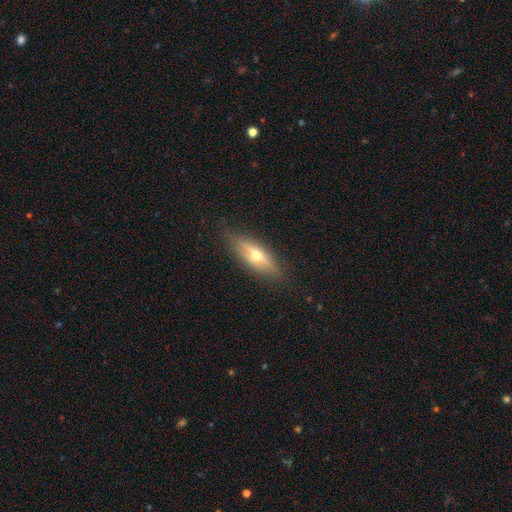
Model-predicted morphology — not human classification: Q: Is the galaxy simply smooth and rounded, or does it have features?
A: featured or disk — 59%.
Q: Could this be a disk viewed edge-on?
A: yes — 89%.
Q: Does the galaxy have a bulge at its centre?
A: rounded — 93%.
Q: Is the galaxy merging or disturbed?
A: none — 86%.